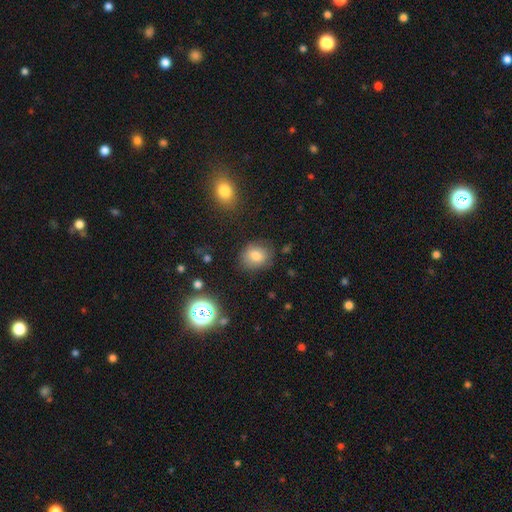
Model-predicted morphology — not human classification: type=smooth (77%); roundness=round (63%); merging=none (80%).